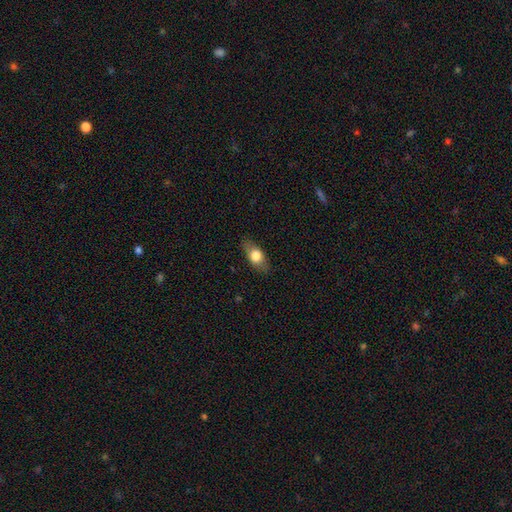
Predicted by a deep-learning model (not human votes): This is likely a smooth galaxy (71%). How rounded: likely in between (80%). Merging: clearly none (83%).